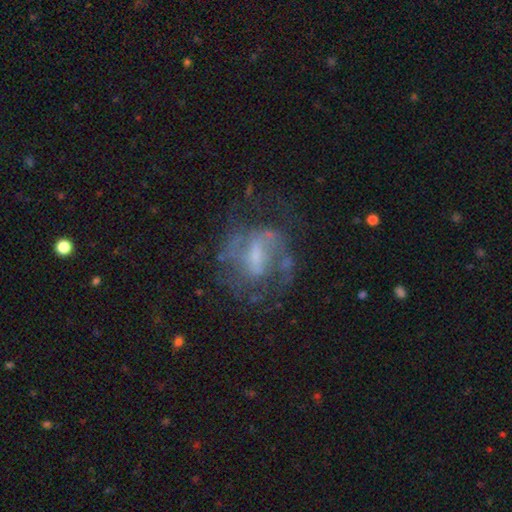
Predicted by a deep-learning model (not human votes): A featured or disk galaxy (74%) with a weak bar (48%), 2 (40%) medium (46%) spiral arms (70%) and a small central bulge (43%). Merging: none (51%).